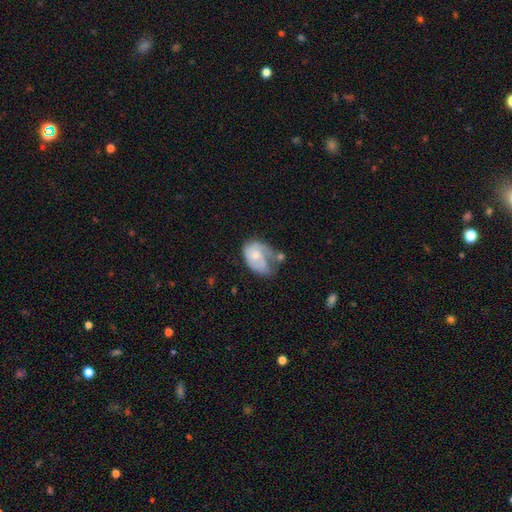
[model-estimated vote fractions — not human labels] A featured or disk galaxy (54%) with no bar (76%), spiral arms (68%) and a moderate central bulge (55%). Merging: major disturbance (31%).